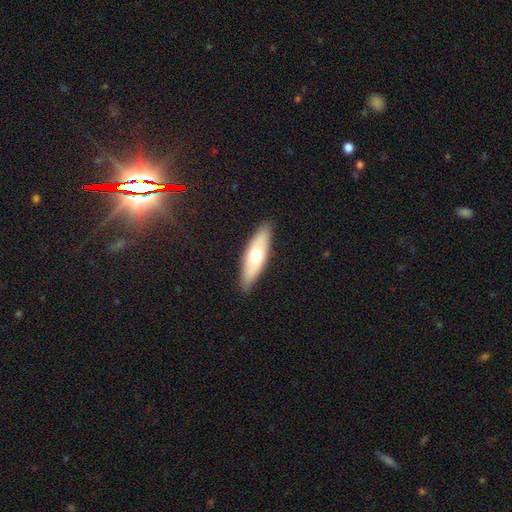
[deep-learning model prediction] Smooth or featured? smooth (60%)
How rounded? in between (51%)
Merging? none (88%)